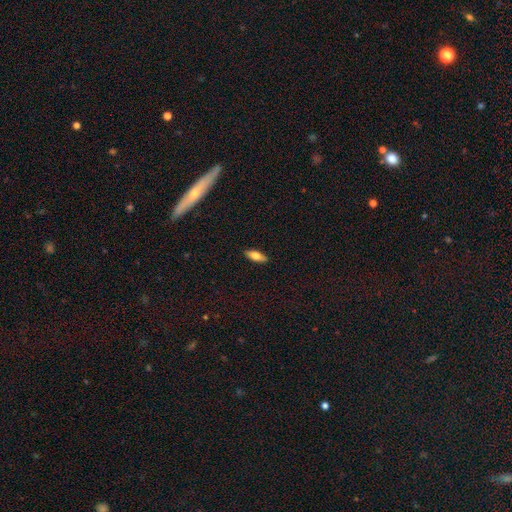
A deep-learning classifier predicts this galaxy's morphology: smooth_or_featured: smooth (p=0.70) [alt: featured or disk p=0.23]
how_rounded: in between (p=0.68) [alt: cigar-shaped p=0.30]
merging: none (p=0.89) [alt: minor disturbance p=0.08]